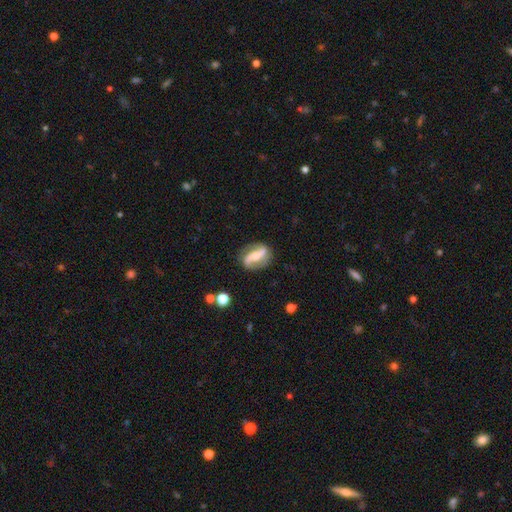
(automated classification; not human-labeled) Overall: featured or disk (81%). Edge-on disk: no (95%). Bar: strong (52%; weak 24%). Spiral arms: yes (91%). Spiral arm count: 2 (91%). Spiral winding: loose (56%; medium 29%). Bulge size: moderate (46%; small 44%). Merging: none (82%).